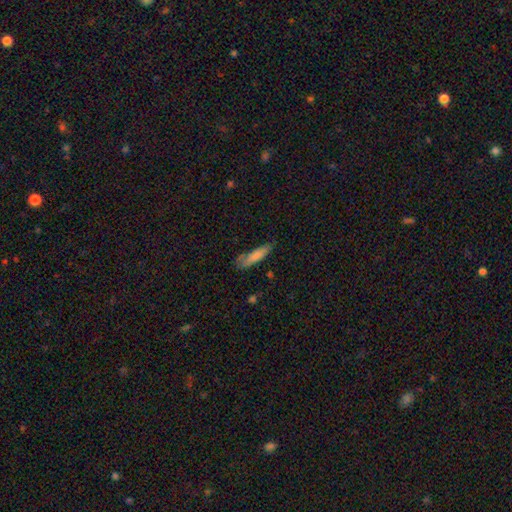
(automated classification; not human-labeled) The model was most divided on "how rounded": cigar-shaped: 70%, in between: 29%, round: 2%. More confident: smooth or featured — smooth (78%); merging — none (67%).